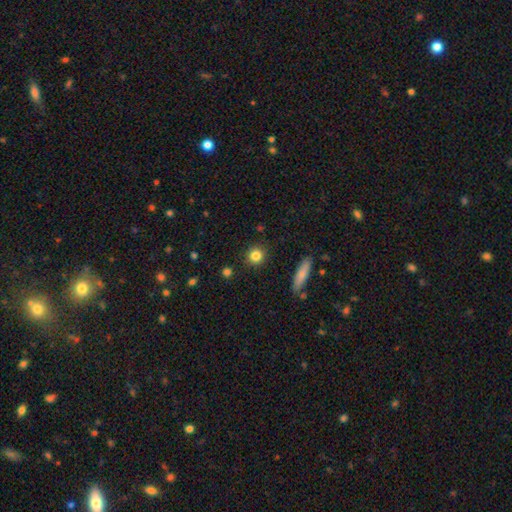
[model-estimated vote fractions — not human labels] Smooth or featured? smooth (84%)
How rounded? round (88%)
Merging? none (89%)